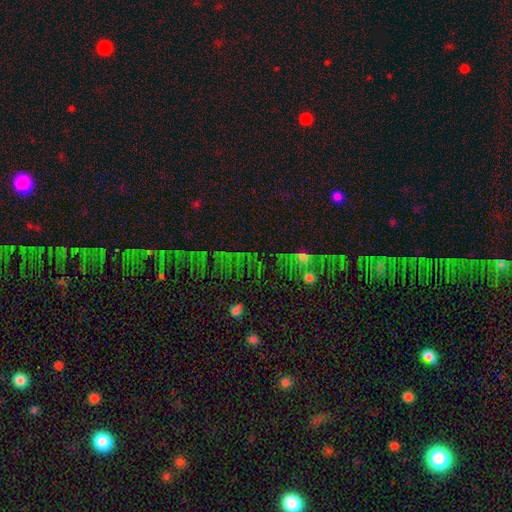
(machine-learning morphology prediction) This is likely a star or artifact rather than a galaxy (69%).